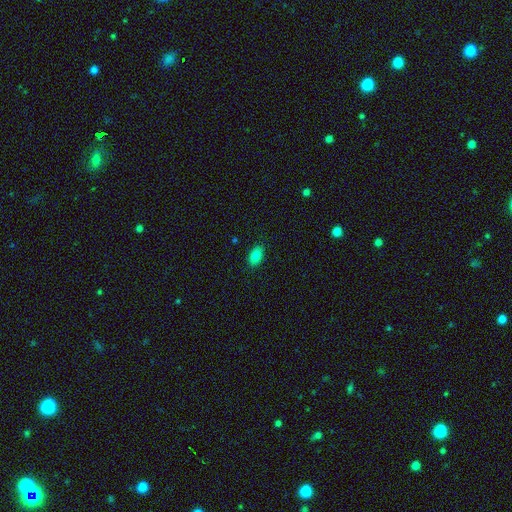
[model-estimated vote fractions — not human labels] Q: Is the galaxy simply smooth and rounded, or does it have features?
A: smooth — 82%.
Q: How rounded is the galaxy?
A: in between — 89%.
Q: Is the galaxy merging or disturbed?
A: none — 87%.